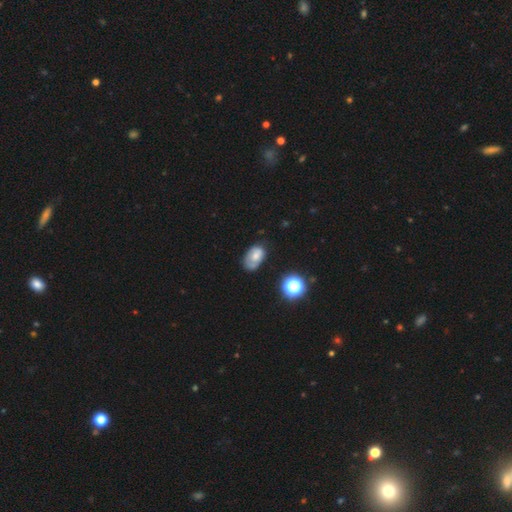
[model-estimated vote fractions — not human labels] smooth 59%, featured or disk 29%, star or artifact 11%. Down the decision tree: how rounded — in between (84%); merging — none (49%).